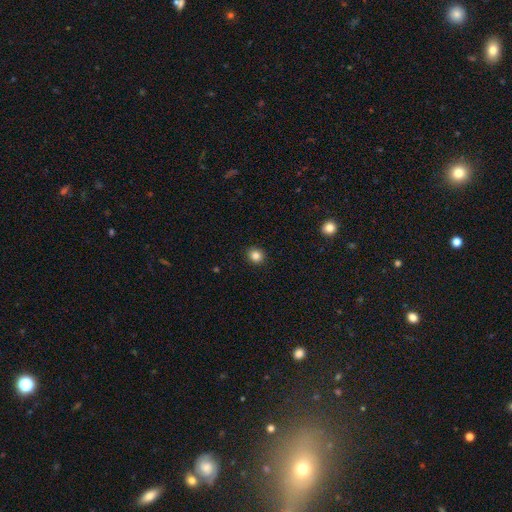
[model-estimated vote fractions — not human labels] A smooth galaxy with no disk features (84%) that is round (84%). Merging: none (92%).